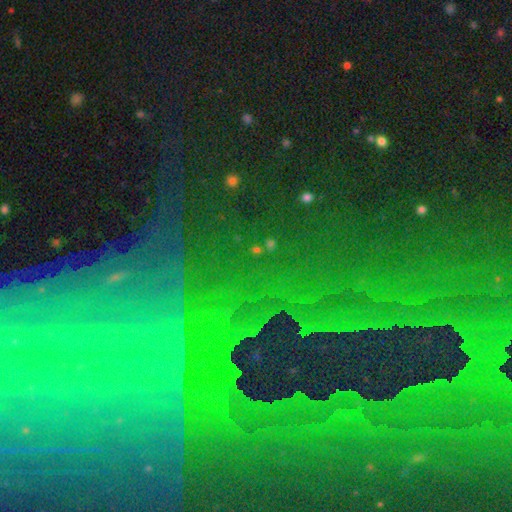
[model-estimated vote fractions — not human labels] A star or artifact, not a galaxy (82%).